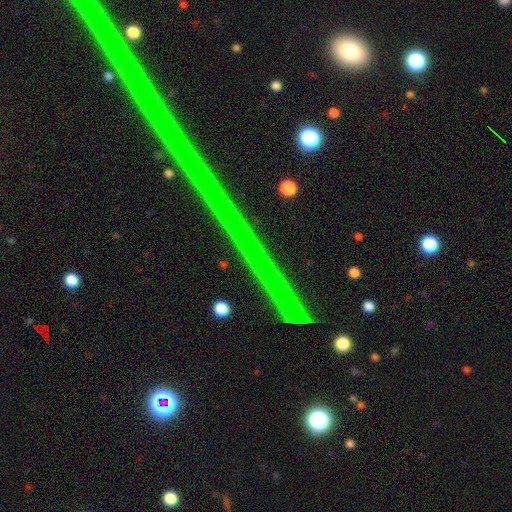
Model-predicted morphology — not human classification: Smooth or featured? Predicted: star or artifact (p=0.73).